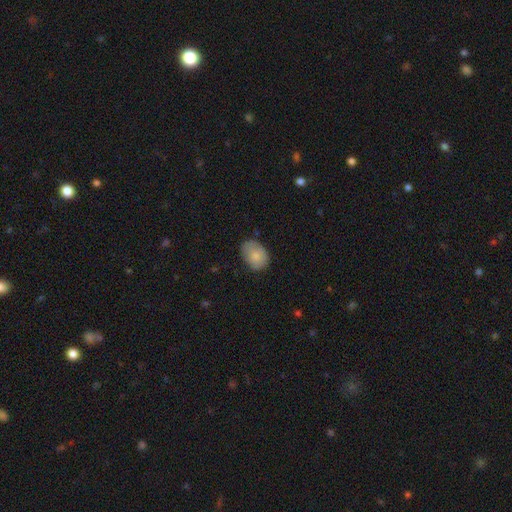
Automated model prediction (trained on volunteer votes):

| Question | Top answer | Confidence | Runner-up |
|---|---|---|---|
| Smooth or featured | smooth | 80% | featured or disk (13%) |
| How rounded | in between | 73% | round (26%) |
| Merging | none | 71% | minor disturbance (23%) |